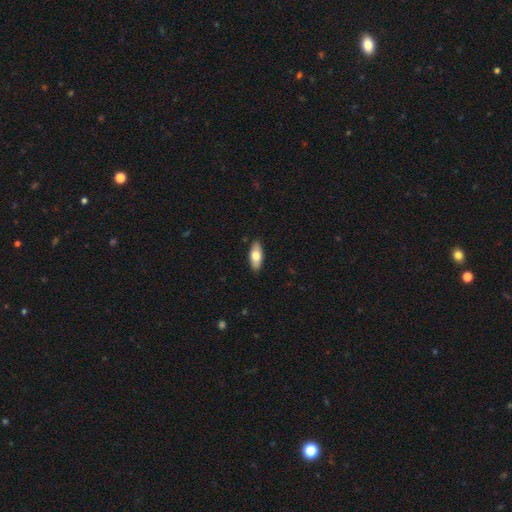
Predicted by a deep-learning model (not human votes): A smooth galaxy with no disk features (72%) that is in between round and cigar-shaped (84%).

Vote fractions:
- Smooth or featured? smooth: 72% / featured or disk: 23% / star or artifact: 6%
- How rounded? in between: 84% / cigar-shaped: 14% / round: 2%
- Merging? none: 89% / minor disturbance: 8% / major disturbance: 2% / merger: 1%